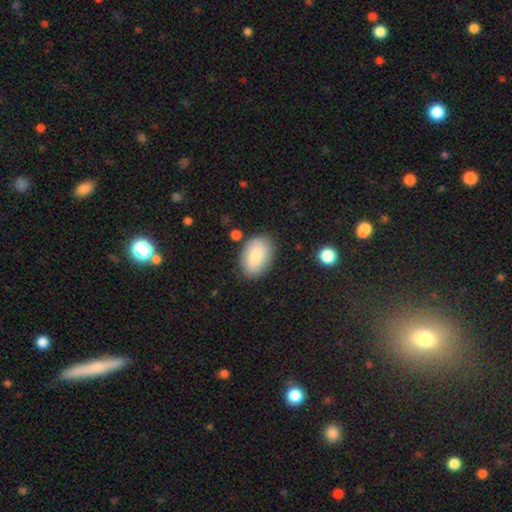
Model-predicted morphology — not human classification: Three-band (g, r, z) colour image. It shows a smooth galaxy with no disk features (81%) that is in between round and cigar-shaped (87%). Merging: none (80%).